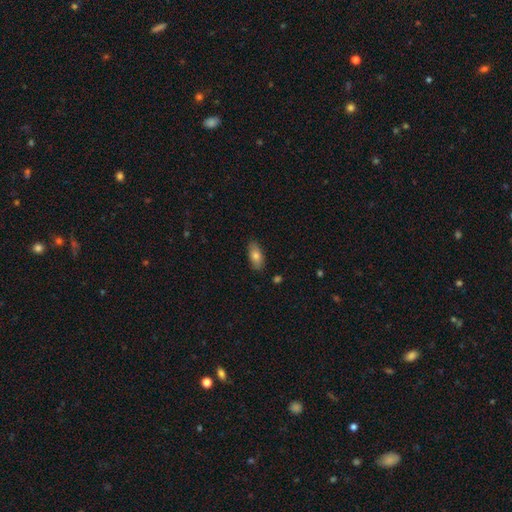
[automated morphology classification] type=smooth (79%); roundness=in between (88%); merging=none (85%).